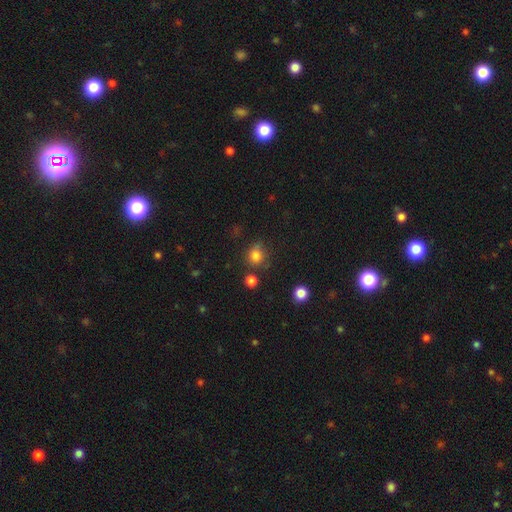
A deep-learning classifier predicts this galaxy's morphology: smooth-or-featured: smooth: 81% | star or artifact: 14% | featured or disk: 6%
  how-rounded: round: 84% | in between: 15% | cigar-shaped: 1%
  merging: none: 71% | minor disturbance: 16% | merger: 8% | major disturbance: 6%